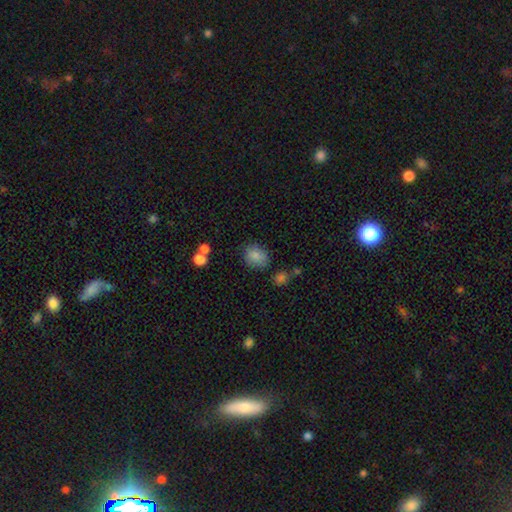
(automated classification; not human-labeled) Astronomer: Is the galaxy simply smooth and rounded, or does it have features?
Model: smooth — 84%.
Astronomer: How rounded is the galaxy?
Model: round — 57% (runner-up: in between, 42%).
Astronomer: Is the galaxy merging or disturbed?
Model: none — 72%.